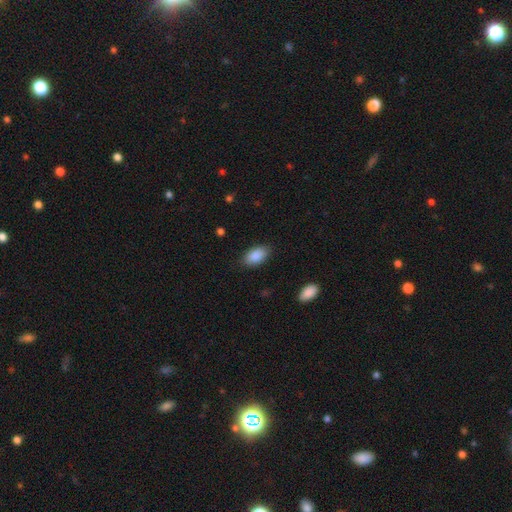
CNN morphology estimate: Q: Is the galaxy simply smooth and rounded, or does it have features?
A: smooth — 89%.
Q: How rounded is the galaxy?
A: in between — 93%.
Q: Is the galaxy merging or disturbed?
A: none — 85%.